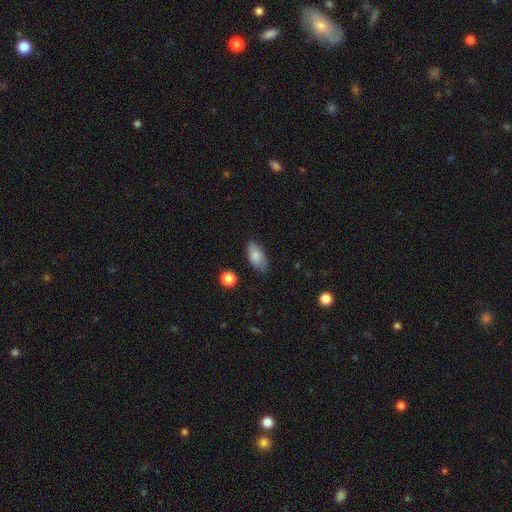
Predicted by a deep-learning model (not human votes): smooth_or_featured: smooth (p=0.81) [alt: featured or disk p=0.12]
how_rounded: in between (p=0.90) [alt: cigar-shaped p=0.07]
merging: none (p=0.77) [alt: minor disturbance p=0.18]